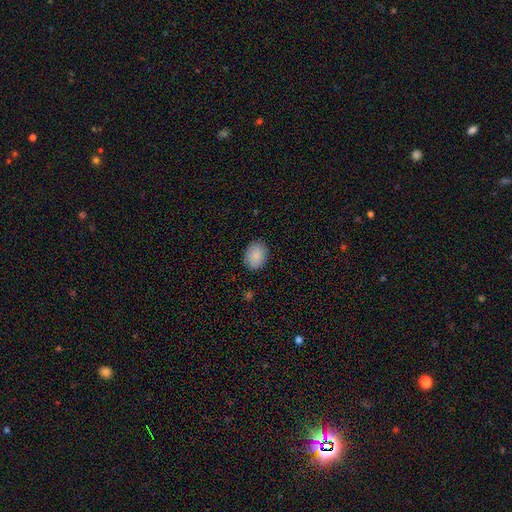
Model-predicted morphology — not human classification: Q: Smooth or featured?
A: smooth (89%); runner-up: star or artifact (7%)
Q: How rounded?
A: in between (68%); runner-up: round (31%)
Q: Merging?
A: none (87%); runner-up: minor disturbance (9%)